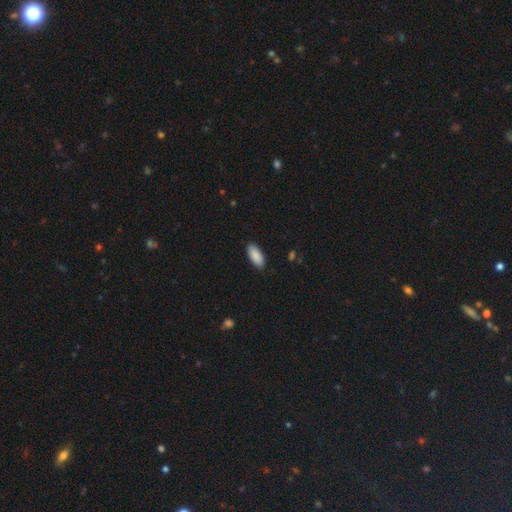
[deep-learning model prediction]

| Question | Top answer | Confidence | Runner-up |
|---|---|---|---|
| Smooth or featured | smooth | 91% | star or artifact (6%) |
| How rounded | in between | 90% | cigar-shaped (9%) |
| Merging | none | 89% | minor disturbance (8%) |